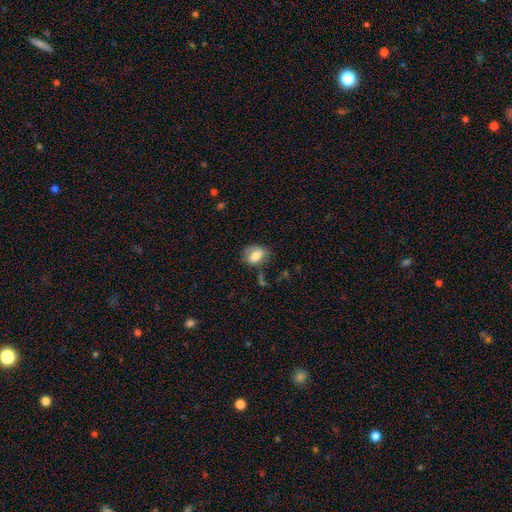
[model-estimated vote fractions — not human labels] A smooth galaxy with no disk features (75%) that is in between round and cigar-shaped (70%). Merging: none (60%).